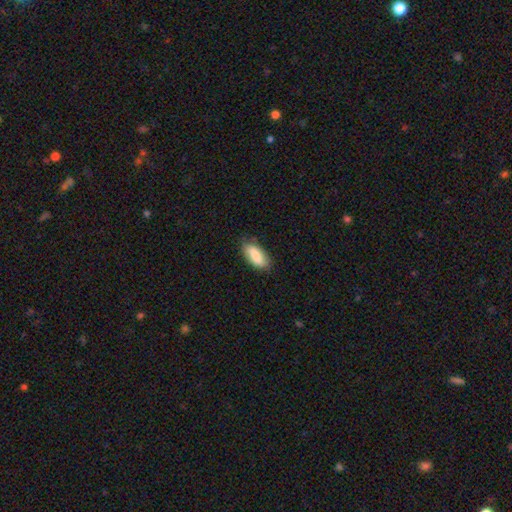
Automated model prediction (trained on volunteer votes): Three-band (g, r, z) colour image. It shows a smooth galaxy with no disk features (85%) that is in between round and cigar-shaped (84%). Merging: none (76%).